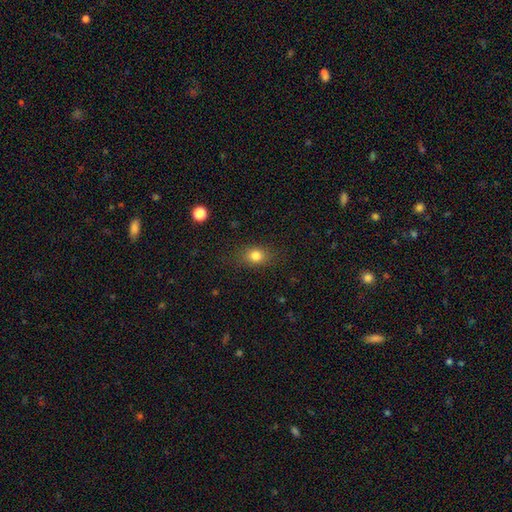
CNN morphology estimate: A smooth galaxy with no disk features (80%) that is in between round and cigar-shaped (52%).

Vote fractions:
- Smooth or featured? smooth: 80% / star or artifact: 12% / featured or disk: 8%
- How rounded? in between: 52% / round: 46% / cigar-shaped: 2%
- Merging? none: 82% / minor disturbance: 12% / major disturbance: 4% / merger: 1%